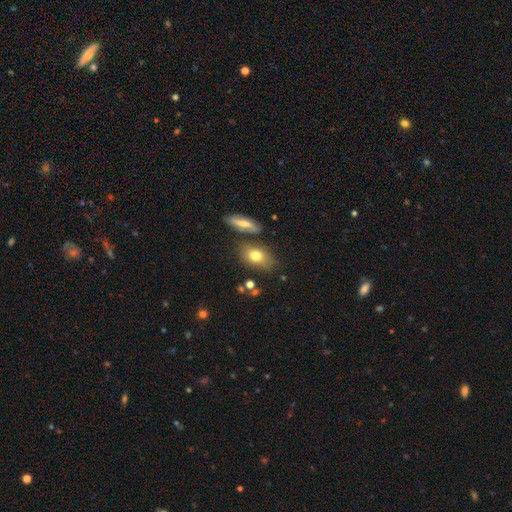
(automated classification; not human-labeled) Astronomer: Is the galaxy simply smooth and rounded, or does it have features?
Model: smooth — 75%.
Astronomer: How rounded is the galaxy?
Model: in between — 81%.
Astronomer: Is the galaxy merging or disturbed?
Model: none — 70%.